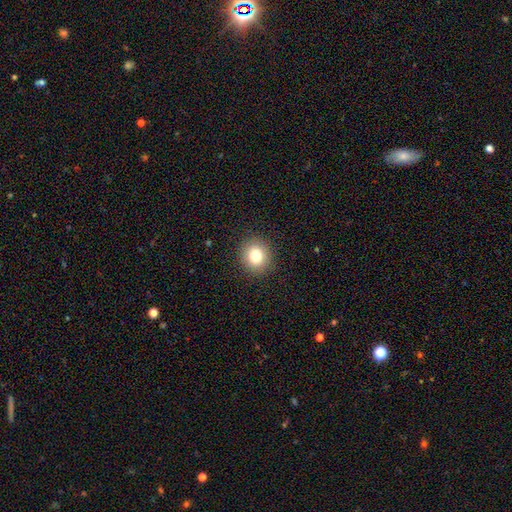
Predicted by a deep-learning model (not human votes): Smooth or featured?
  - smooth: 80% *
  - star or artifact: 11%
  - featured or disk: 9%
How rounded?
  - round: 80% *
  - in between: 19%
  - cigar-shaped: 1%
Merging?
  - none: 91% *
  - minor disturbance: 6%
  - major disturbance: 2%
  - merger: 1%